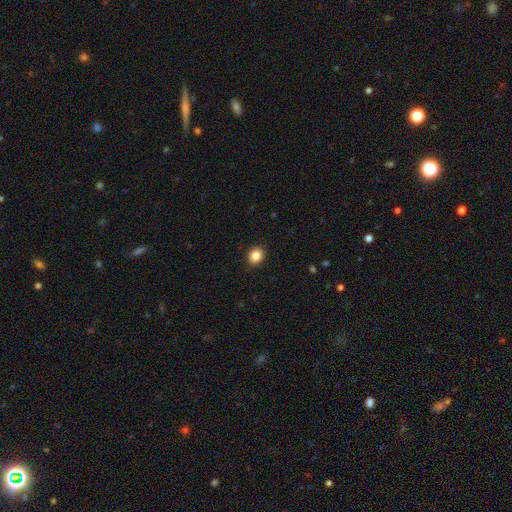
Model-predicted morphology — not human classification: type=smooth (87%); roundness=round (59%); merging=none (91%).